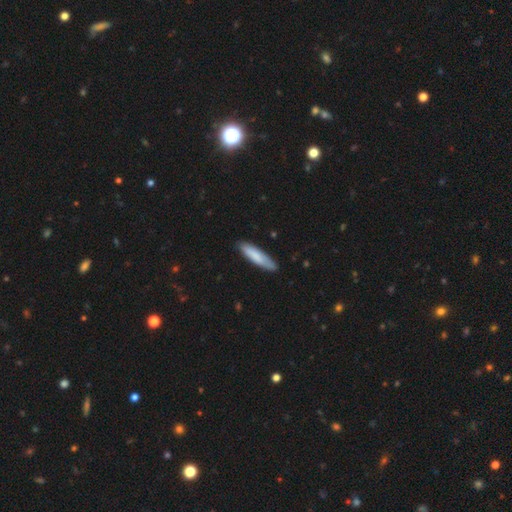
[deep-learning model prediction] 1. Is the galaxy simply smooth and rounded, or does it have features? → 80% smooth, 15% featured or disk, 5% star or artifact.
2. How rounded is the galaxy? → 77% cigar-shaped, 22% in between, 1% round.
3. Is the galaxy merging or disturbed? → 85% none, 12% minor disturbance, 2% major disturbance, 1% merger.